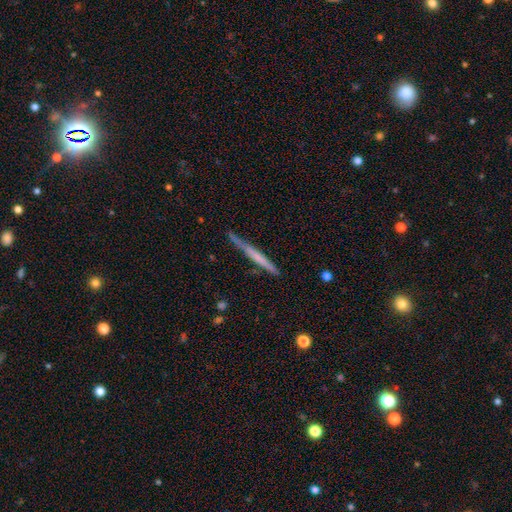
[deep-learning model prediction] Q: Smooth or featured?
A: featured or disk (49%); runner-up: smooth (46%)
Q: Merging?
A: none (81%); runner-up: minor disturbance (15%)